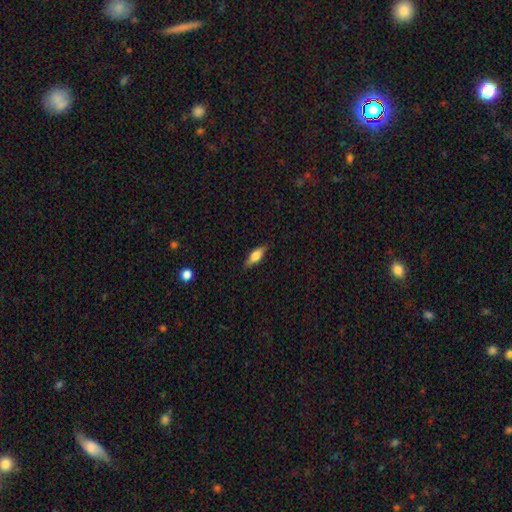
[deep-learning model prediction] smooth_or_featured: smooth (p=0.57) [alt: featured or disk p=0.36]
how_rounded: in between (p=0.58) [alt: cigar-shaped p=0.38]
merging: none (p=0.85) [alt: minor disturbance p=0.11]